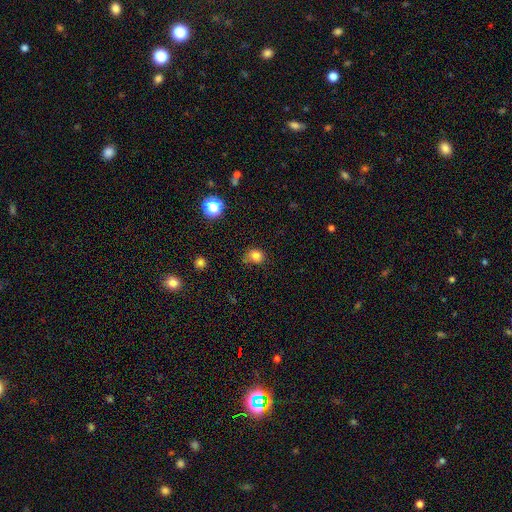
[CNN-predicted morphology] smooth-or-featured: smooth: 80% | star or artifact: 15% | featured or disk: 5%
  how-rounded: round: 77% | in between: 22% | cigar-shaped: 1%
  merging: none: 67% | minor disturbance: 23% | major disturbance: 6% | merger: 4%